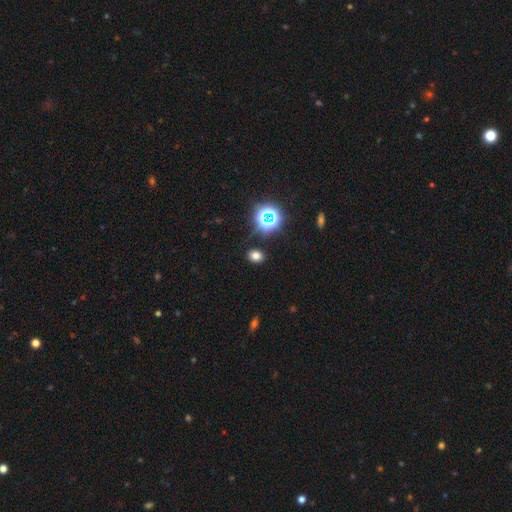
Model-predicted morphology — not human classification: type=smooth (71%); roundness=in between (54%); merging=none (87%).